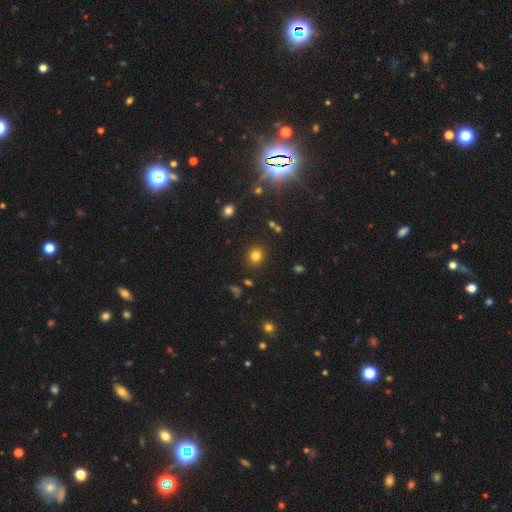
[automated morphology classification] smooth 78%, star or artifact 15%, featured or disk 7%. Down the decision tree: how rounded — round (81%); merging — none (89%).